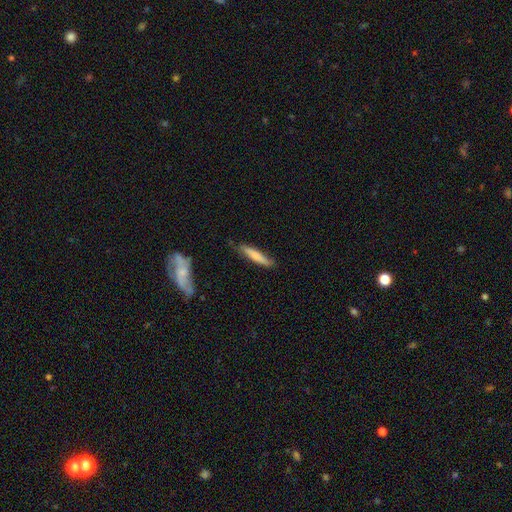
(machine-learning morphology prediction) Overall: smooth (73%). How rounded: cigar-shaped (89%). Merging: none (78%).